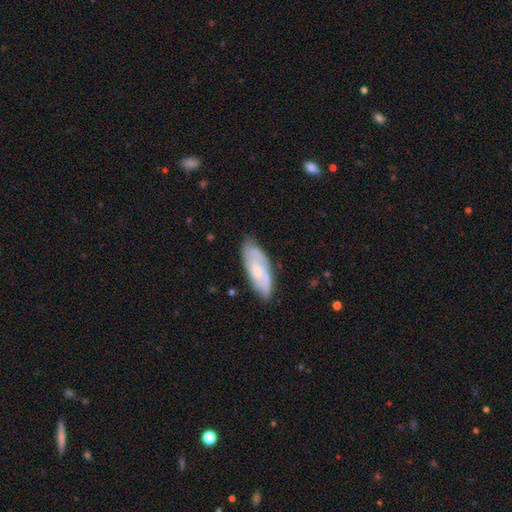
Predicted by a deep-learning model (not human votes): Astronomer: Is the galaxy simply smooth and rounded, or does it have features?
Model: featured or disk — 58% (runner-up: smooth, 37%).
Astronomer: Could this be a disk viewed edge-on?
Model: no — 89%.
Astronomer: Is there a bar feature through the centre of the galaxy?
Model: no — 61%.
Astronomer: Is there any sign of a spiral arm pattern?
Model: yes — 81%.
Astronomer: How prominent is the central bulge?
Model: small — 58%.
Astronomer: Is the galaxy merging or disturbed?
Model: none — 72%.